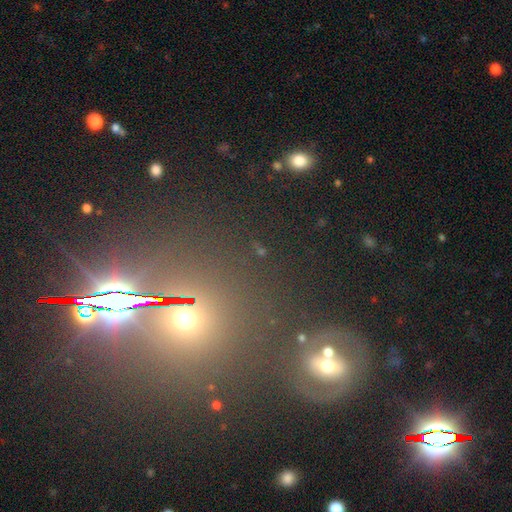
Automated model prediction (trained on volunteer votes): This appears to be a star or artifact, not a galaxy (61%).